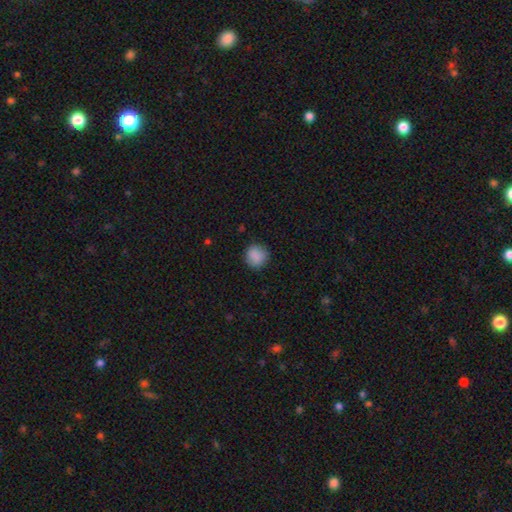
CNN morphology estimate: type=smooth (88%); roundness=round (88%); merging=none (85%).